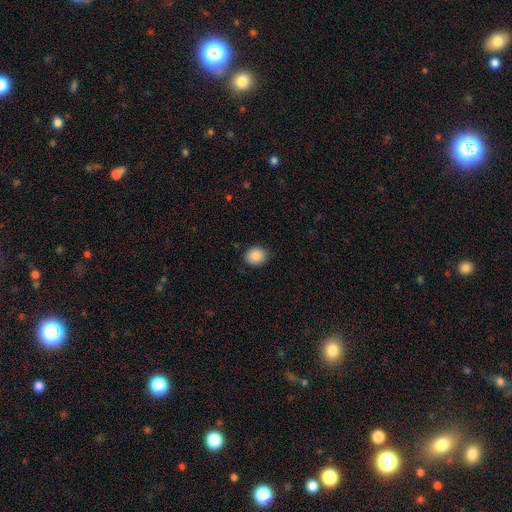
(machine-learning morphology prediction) Smooth or featured? Predicted: smooth (p=0.88). How rounded? Predicted: round (p=0.67). Merging? Predicted: none (p=0.88).